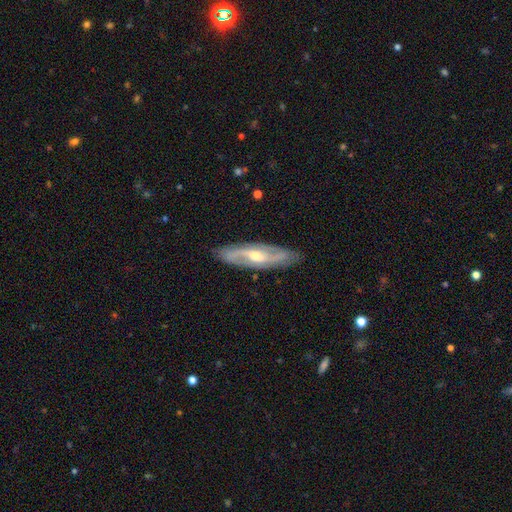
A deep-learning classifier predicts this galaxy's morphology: The model was most divided on "bar": weak: 43%, no: 35%, strong: 22%. Remaining: spiral arms — yes (93%); spiral arm count — 2 (88%); merging — none (86%); smooth or featured — featured or disk (83%); edge-on disk — no (80%); bulge size — moderate (55%); spiral winding — medium (44%).